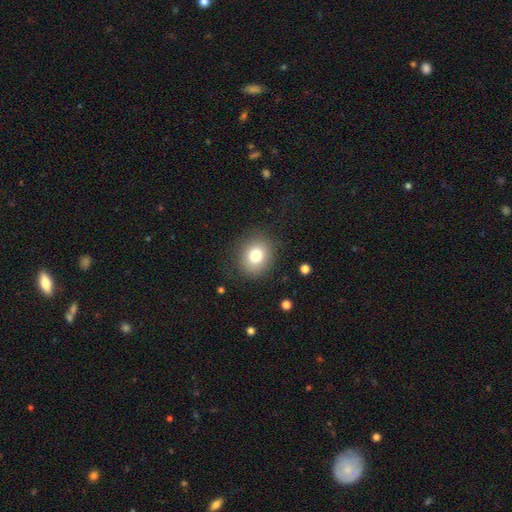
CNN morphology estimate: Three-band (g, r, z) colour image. It shows a smooth galaxy with no disk features (79%) that is round (71%). Merging: none (85%).